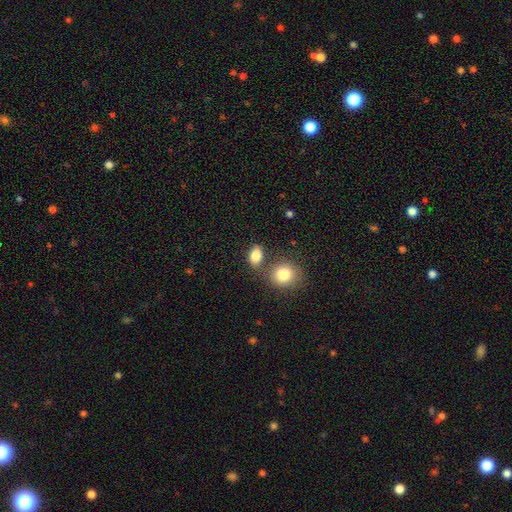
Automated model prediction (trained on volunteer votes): A smooth galaxy with no disk features (85%) that is in between round and cigar-shaped (78%).

Vote fractions:
- Smooth or featured? smooth: 85% / star or artifact: 9% / featured or disk: 7%
- How rounded? in between: 78% / round: 20% / cigar-shaped: 2%
- Merging? none: 60% / merger: 23% / minor disturbance: 12% / major disturbance: 4%